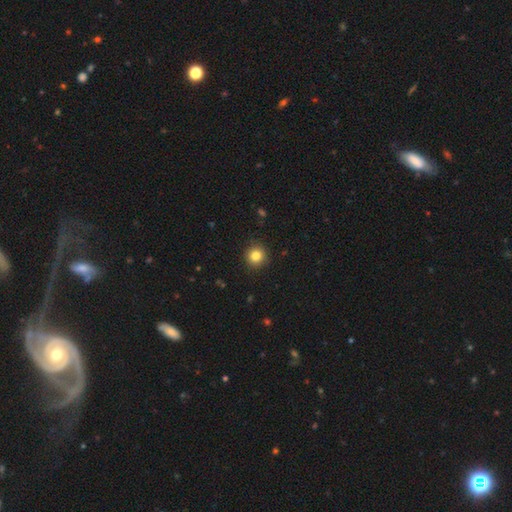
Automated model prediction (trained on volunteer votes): Morphology: type=smooth (84%); roundness=round (93%); merging=none (91%).